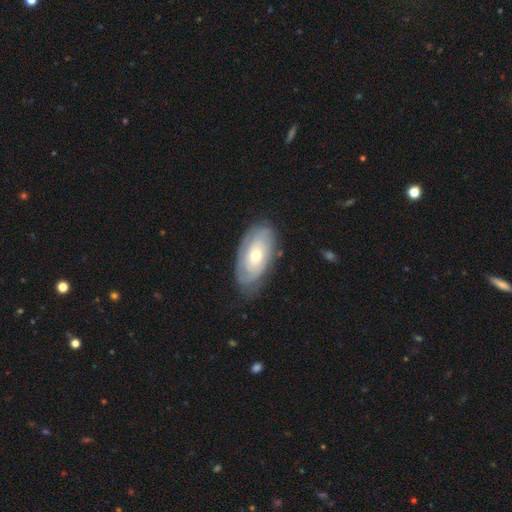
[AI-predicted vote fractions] smooth-or-featured: featured or disk: 63% | smooth: 31% | star or artifact: 6%
  disk-edge-on: no: 92% | yes: 8%
    bar: no: 82% | weak: 14% | strong: 4%
    has-spiral-arms: yes: 71% | no: 29%
    bulge-size: moderate: 57% | small: 38% | large: 3% | dominant: 1% | none: 1%
  merging: none: 73% | minor disturbance: 20% | major disturbance: 6% | merger: 1%